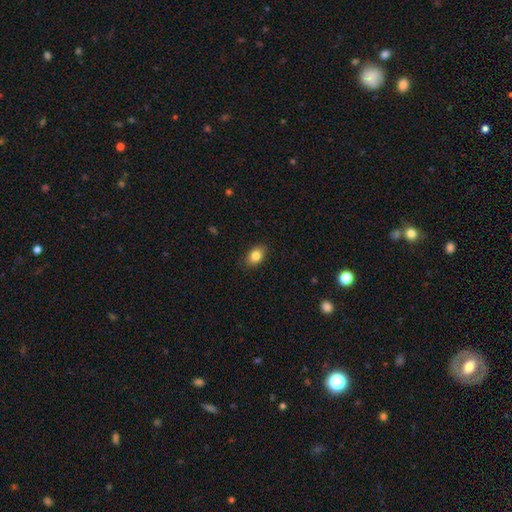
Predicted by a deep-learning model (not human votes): The model was most divided on "how rounded": in between: 81%, round: 17%, cigar-shaped: 1%. More confident: merging — none (87%); smooth or featured — smooth (84%).